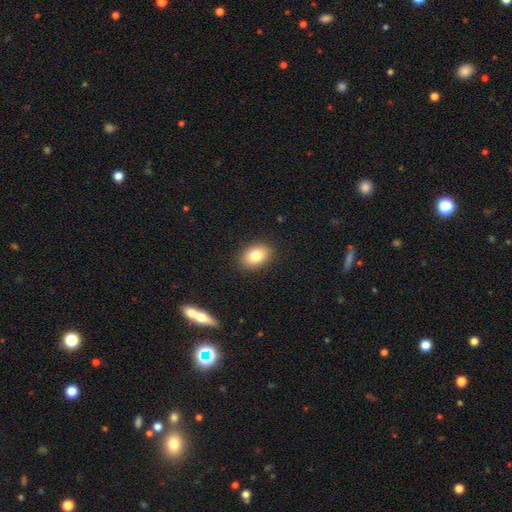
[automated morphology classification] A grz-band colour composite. It shows a smooth galaxy with no disk features (81%) that is in between round and cigar-shaped (77%). Merging: none (89%).